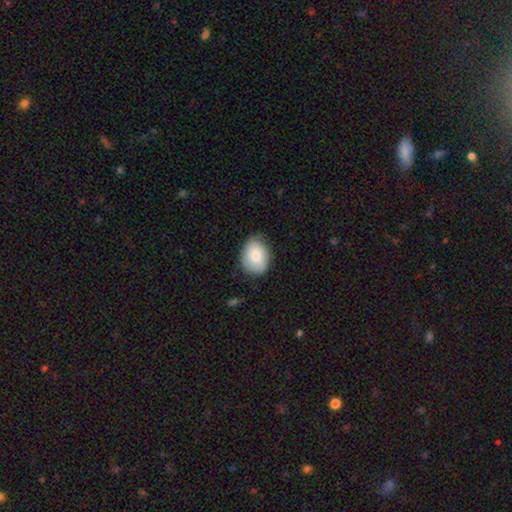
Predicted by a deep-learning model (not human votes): This is likely a smooth galaxy (75%). How rounded: possibly in between (59%). Merging: likely none (69%).